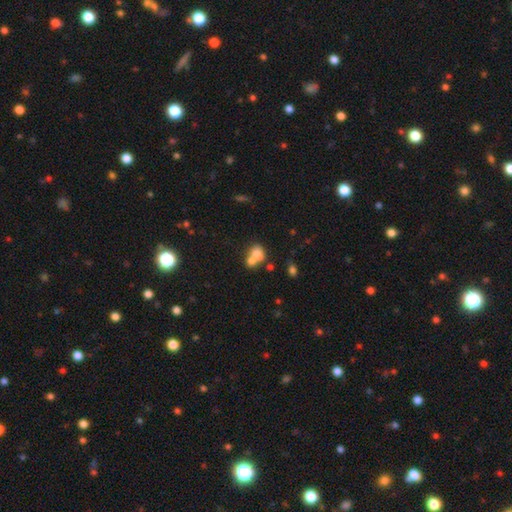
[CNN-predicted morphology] A smooth galaxy with no disk features (71%) that is in between round and cigar-shaped (55%).

Vote fractions:
- Smooth or featured? smooth: 71% / featured or disk: 17% / star or artifact: 12%
- How rounded? in between: 55% / round: 44% / cigar-shaped: 1%
- Merging? merger: 62% / none: 25% / minor disturbance: 8% / major disturbance: 5%